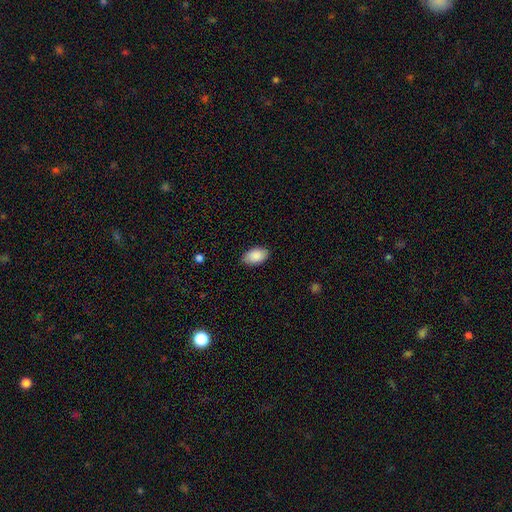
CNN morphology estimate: Q: Smooth or featured?
A: smooth (89%); runner-up: star or artifact (6%)
Q: How rounded?
A: in between (94%); runner-up: round (5%)
Q: Merging?
A: none (86%); runner-up: minor disturbance (11%)